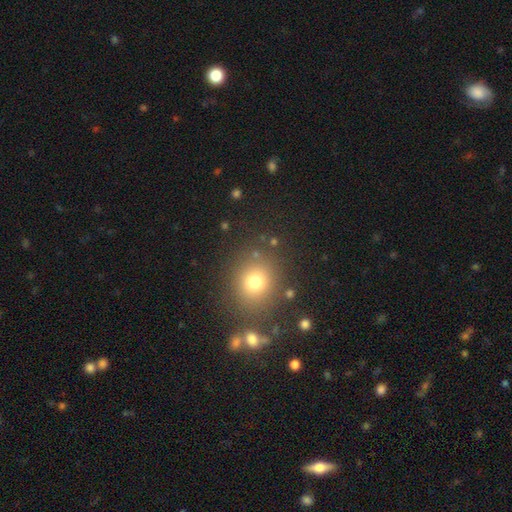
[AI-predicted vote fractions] Smooth or featured? smooth (64%)
How rounded? round (77%)
Merging? none (78%)